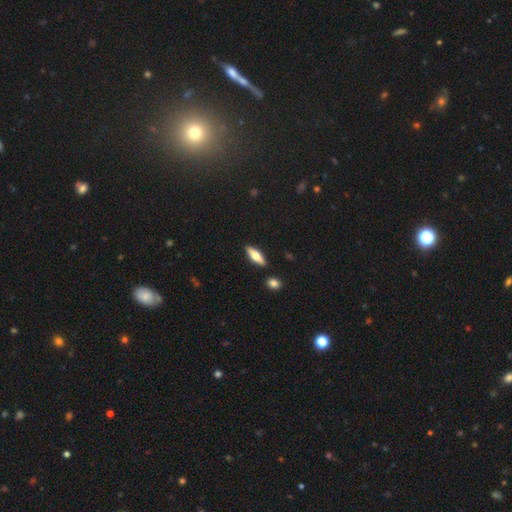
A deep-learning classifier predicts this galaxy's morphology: Smooth or featured?
  - smooth: 52% *
  - featured or disk: 42%
  - star or artifact: 6%
How rounded?
  - cigar-shaped: 51% *
  - in between: 46%
  - round: 3%
Merging?
  - none: 88% *
  - minor disturbance: 8%
  - merger: 3%
  - major disturbance: 2%